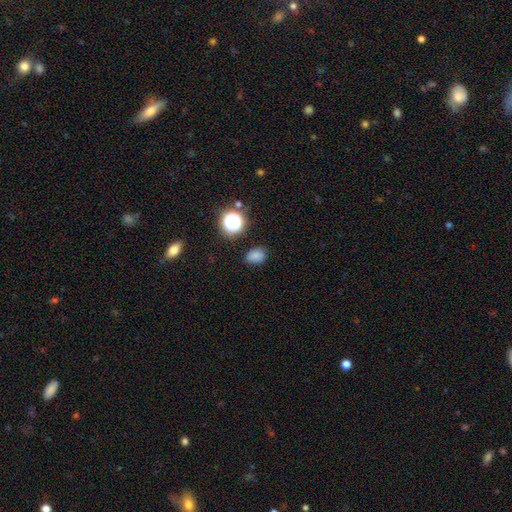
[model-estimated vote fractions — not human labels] smooth_or_featured: smooth (p=0.78) [alt: star or artifact p=0.17]
how_rounded: in between (p=0.67) [alt: round p=0.31]
merging: none (p=0.81) [alt: minor disturbance p=0.13]